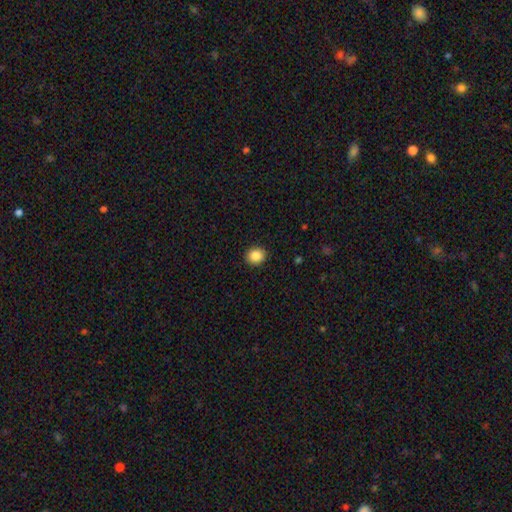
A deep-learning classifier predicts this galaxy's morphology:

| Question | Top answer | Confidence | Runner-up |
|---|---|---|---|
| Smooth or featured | smooth | 87% | star or artifact (9%) |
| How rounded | round | 73% | in between (26%) |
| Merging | none | 91% | minor disturbance (6%) |